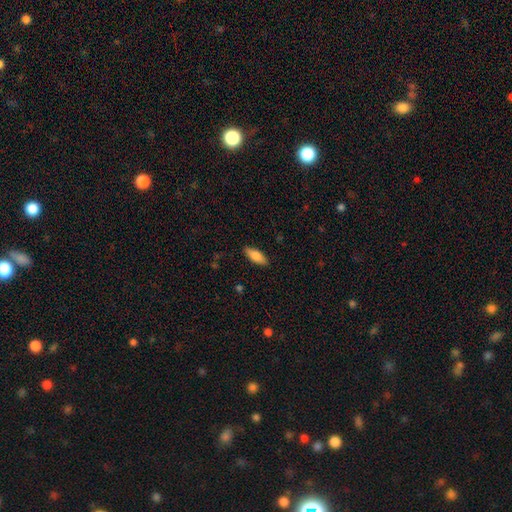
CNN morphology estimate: The model was most divided on "how rounded": in between: 74%, cigar-shaped: 24%, round: 2%. More confident: merging — none (88%); smooth or featured — smooth (80%).